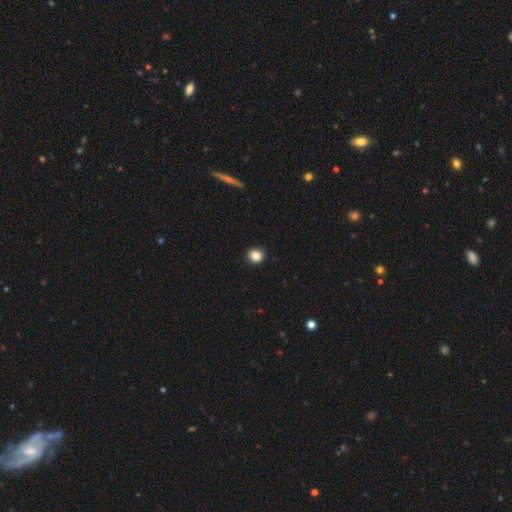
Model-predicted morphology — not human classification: Smooth or featured? smooth (84%)
How rounded? round (91%)
Merging? none (93%)